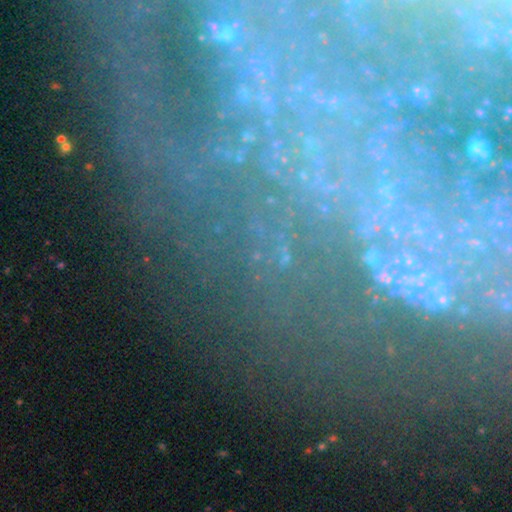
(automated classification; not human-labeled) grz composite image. It shows a star or artifact, not a galaxy (57%).